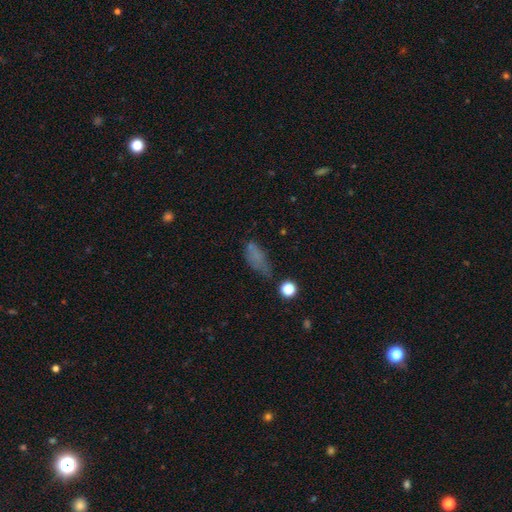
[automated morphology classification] Smooth or featured?
  - smooth: 63% *
  - star or artifact: 20%
  - featured or disk: 17%
How rounded?
  - in between: 70% *
  - cigar-shaped: 23%
  - round: 7%
Merging?
  - none: 44% *
  - minor disturbance: 28%
  - major disturbance: 21%
  - merger: 7%